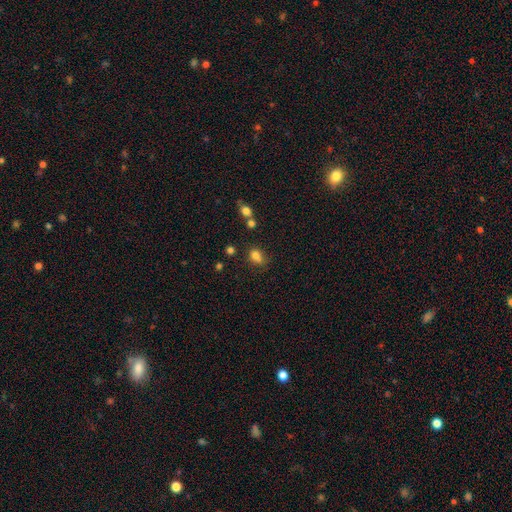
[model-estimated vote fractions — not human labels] Smooth or featured: smooth — 78% (star or artifact — 14%)
How rounded: in between — 54% (round — 44%)
Merging: none — 47% (merger — 22%)